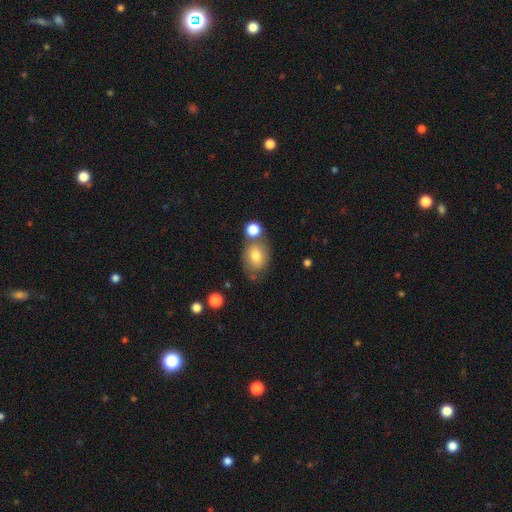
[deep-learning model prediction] smooth 76%, featured or disk 15%, star or artifact 9%. Down the decision tree: how rounded — in between (59%); merging — none (56%).